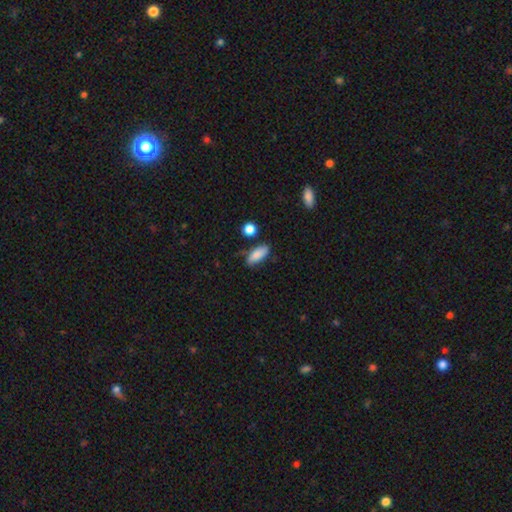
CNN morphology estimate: Smooth or featured? Predicted: smooth (p=0.83). How rounded? Predicted: in between (p=0.80). Merging? Predicted: none (p=0.66).